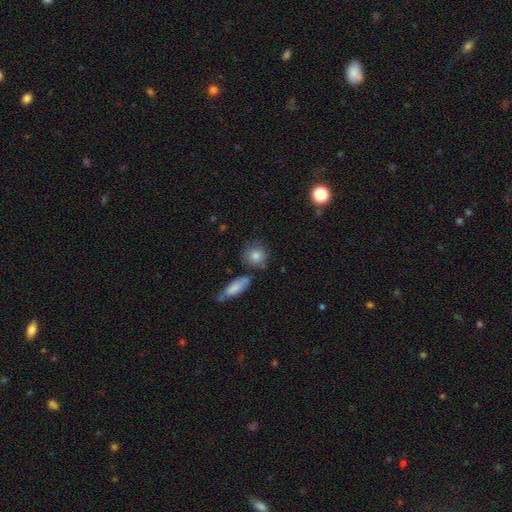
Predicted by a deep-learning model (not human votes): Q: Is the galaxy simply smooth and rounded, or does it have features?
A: smooth — 82%.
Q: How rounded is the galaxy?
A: round — 82%.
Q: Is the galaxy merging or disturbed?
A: none — 68%.